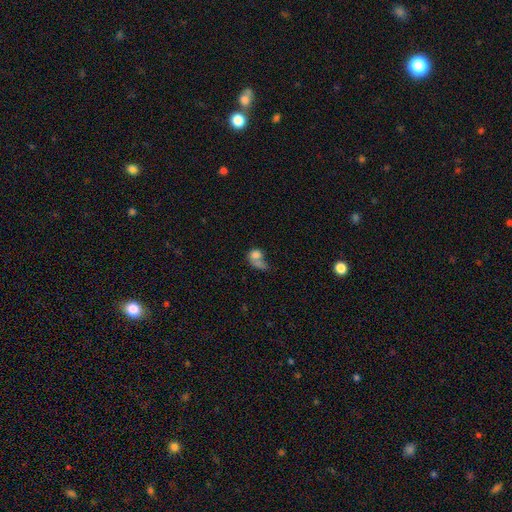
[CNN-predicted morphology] Smooth or featured?
  - smooth: 66% *
  - featured or disk: 22%
  - star or artifact: 12%
How rounded?
  - in between: 59% *
  - round: 38%
  - cigar-shaped: 3%
Merging?
  - merger: 37% *
  - major disturbance: 32%
  - none: 18%
  - minor disturbance: 12%